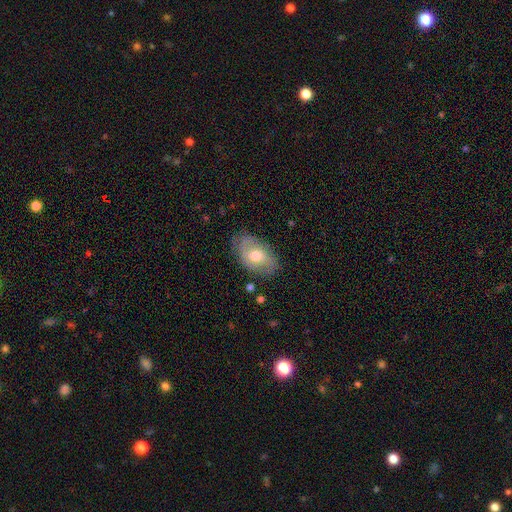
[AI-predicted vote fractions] A smooth galaxy with no disk features (50%) that is in between round and cigar-shaped (89%). Merging: none (74%).